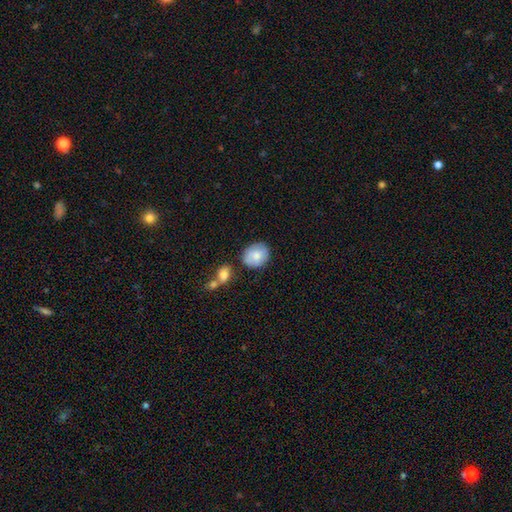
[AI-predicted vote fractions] smooth-or-featured: smooth: 77% | featured or disk: 16% | star or artifact: 7%
  how-rounded: round: 64% | in between: 35% | cigar-shaped: 1%
  merging: none: 70% | minor disturbance: 18% | merger: 7% | major disturbance: 4%